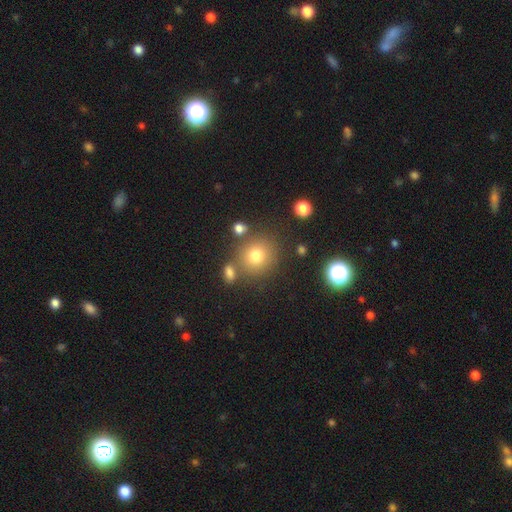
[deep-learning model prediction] Morphology: type=smooth (75%); roundness=round (87%); merging=none (75%).